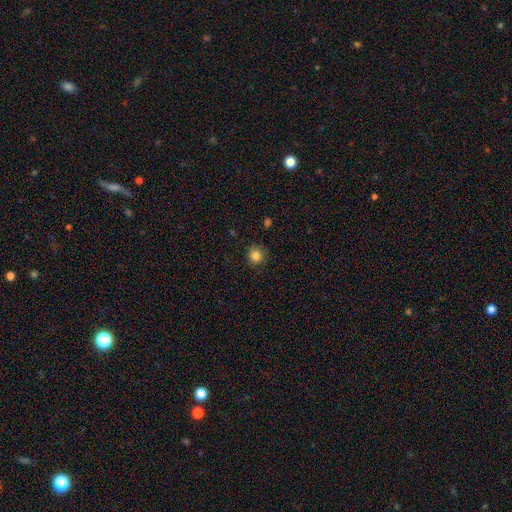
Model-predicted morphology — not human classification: Q: Smooth or featured?
A: smooth (84%); runner-up: star or artifact (11%)
Q: How rounded?
A: round (87%); runner-up: in between (12%)
Q: Merging?
A: none (83%); runner-up: minor disturbance (13%)